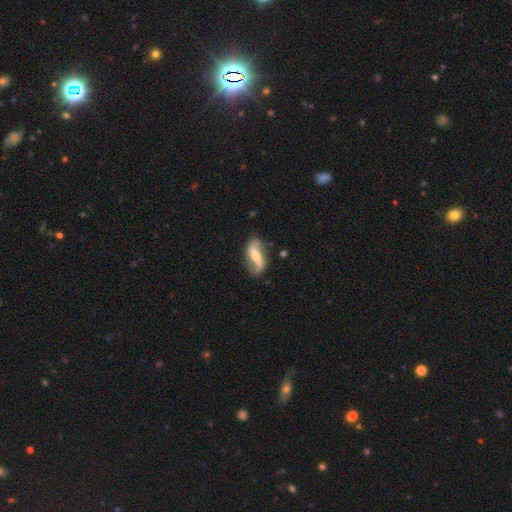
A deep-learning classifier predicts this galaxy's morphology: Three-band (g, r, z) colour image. It shows a featured or disk galaxy (65%) with a strong bar (49%), spiral arms (83%) and a moderate central bulge (47%). Merging: none (69%).